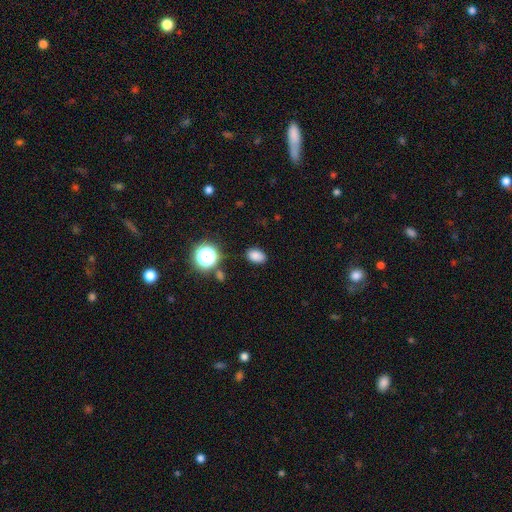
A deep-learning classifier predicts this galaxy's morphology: A smooth galaxy with no disk features (81%) that is in between round and cigar-shaped (81%).

Vote fractions:
- Smooth or featured? smooth: 81% / star or artifact: 14% / featured or disk: 5%
- How rounded? in between: 81% / round: 18% / cigar-shaped: 1%
- Merging? none: 83% / minor disturbance: 11% / major disturbance: 3% / merger: 2%